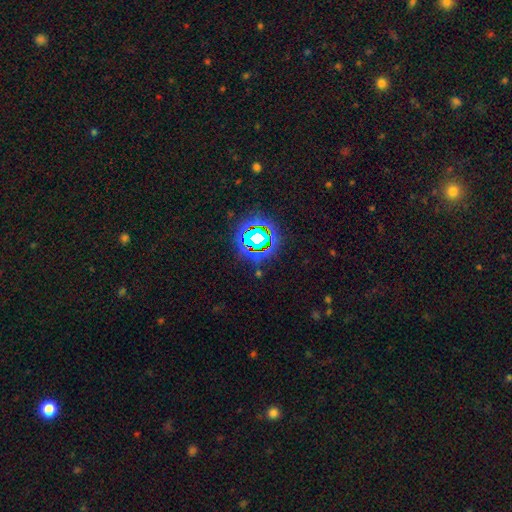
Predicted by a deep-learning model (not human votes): Smooth or featured: star or artifact — 77% (smooth — 14%)